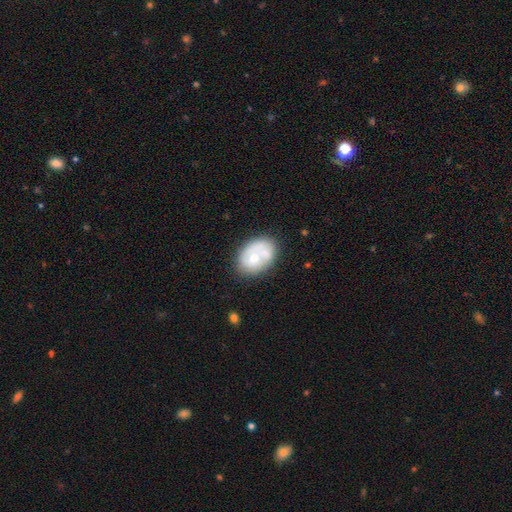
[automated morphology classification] This appears to be a featured or disk galaxy (48%). Merging: none (52%).